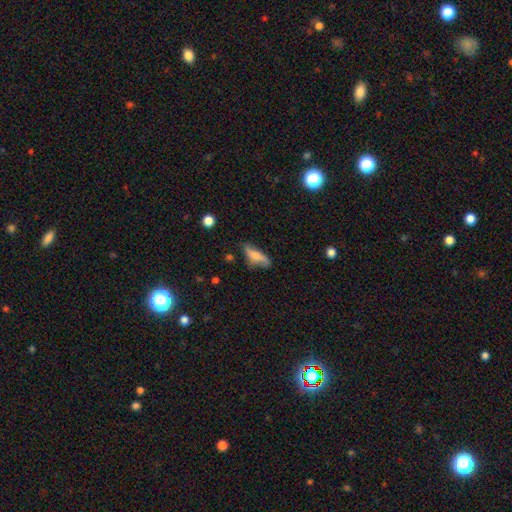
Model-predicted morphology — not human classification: The model was most divided on "merging": none: 56%, minor disturbance: 31%, major disturbance: 10%, merger: 3%. More confident: how rounded — in between (63%); smooth or featured — smooth (61%).